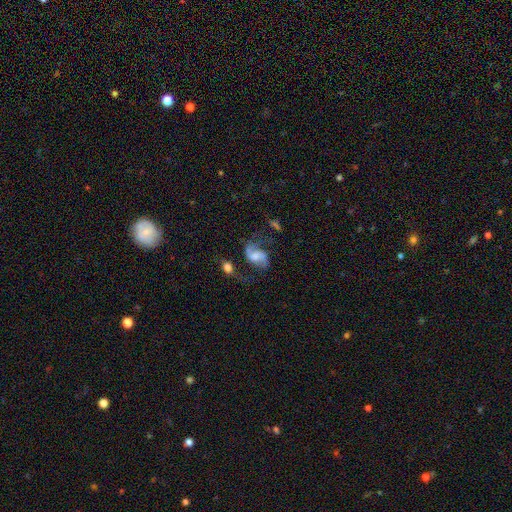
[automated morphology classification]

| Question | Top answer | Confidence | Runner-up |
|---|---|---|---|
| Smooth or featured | featured or disk | 79% | smooth (14%) |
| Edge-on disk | no | 97% | yes (3%) |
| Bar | no | 45% | weak (43%) |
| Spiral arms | yes | 93% | no (7%) |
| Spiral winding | loose | 53% | medium (38%) |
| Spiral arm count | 2 | 88% | 1 (5%) |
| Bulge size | moderate | 34% | small (24%) |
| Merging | none | 43% | major disturbance (24%) |